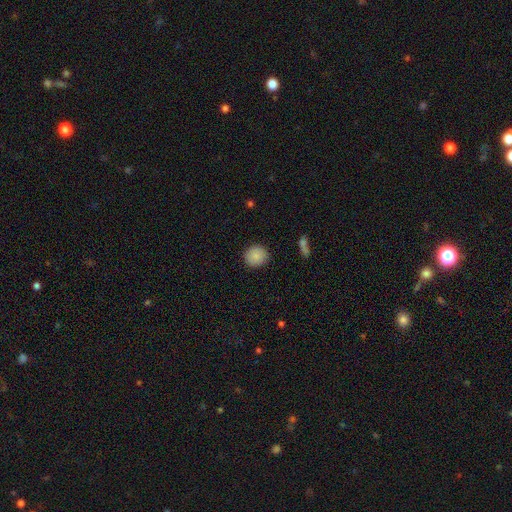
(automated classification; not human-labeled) Smooth or featured? Predicted: smooth (p=0.85). How rounded? Predicted: round (p=0.88). Merging? Predicted: none (p=0.87).